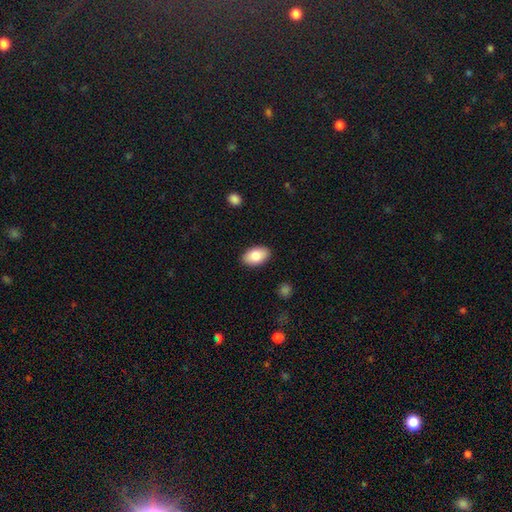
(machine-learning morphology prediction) smooth 84%, featured or disk 10%, star or artifact 6%. Down the decision tree: how rounded — in between (94%); merging — none (89%).